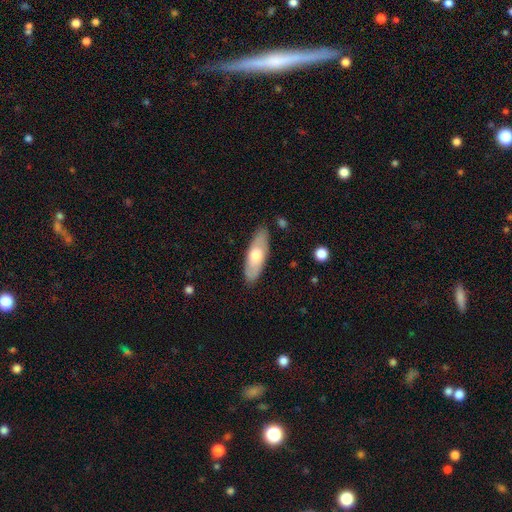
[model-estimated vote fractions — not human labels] Smooth or featured? Predicted: smooth (p=0.57). How rounded? Predicted: in between (p=0.64). Merging? Predicted: none (p=0.85).